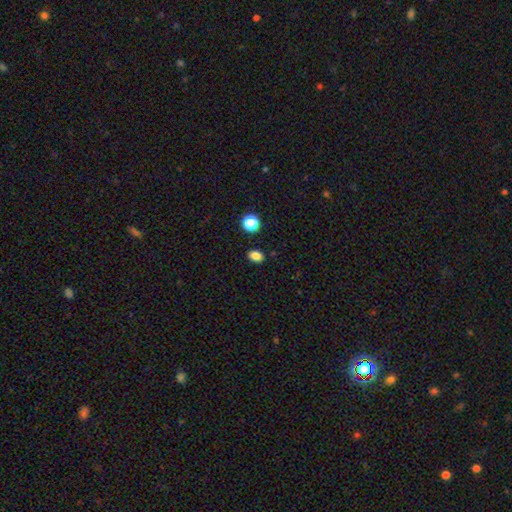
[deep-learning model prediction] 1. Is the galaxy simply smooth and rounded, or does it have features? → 84% smooth, 12% star or artifact, 4% featured or disk.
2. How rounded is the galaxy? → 72% in between, 27% round, 1% cigar-shaped.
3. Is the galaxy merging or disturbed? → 88% none, 8% minor disturbance, 2% merger, 2% major disturbance.